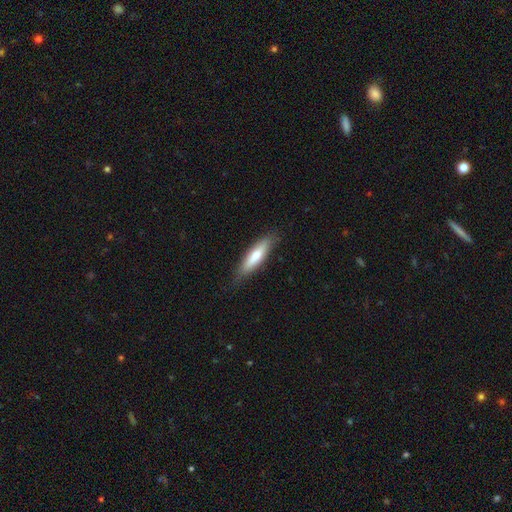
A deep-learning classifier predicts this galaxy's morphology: type=smooth (69%); roundness=cigar-shaped (71%); merging=none (80%).